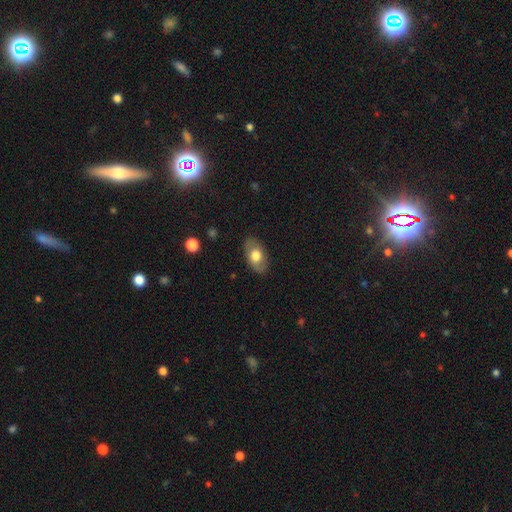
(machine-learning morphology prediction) smooth-or-featured: smooth: 61% | featured or disk: 33% | star or artifact: 7%
  how-rounded: in between: 88% | round: 10% | cigar-shaped: 2%
  merging: none: 83% | minor disturbance: 13% | major disturbance: 4% | merger: 1%